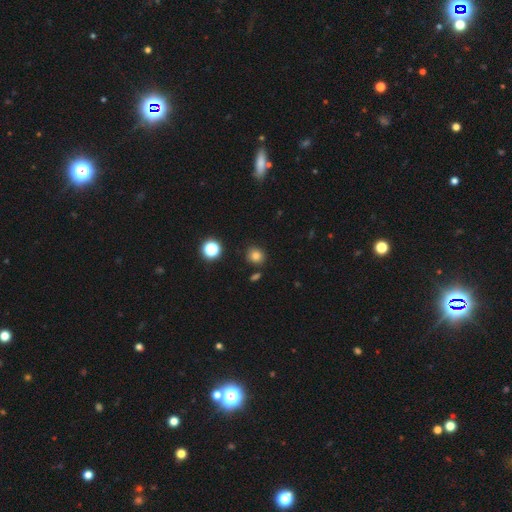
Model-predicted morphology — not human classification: smooth 79%, star or artifact 15%, featured or disk 5%. Down the decision tree: how rounded — round (83%); merging — none (84%).